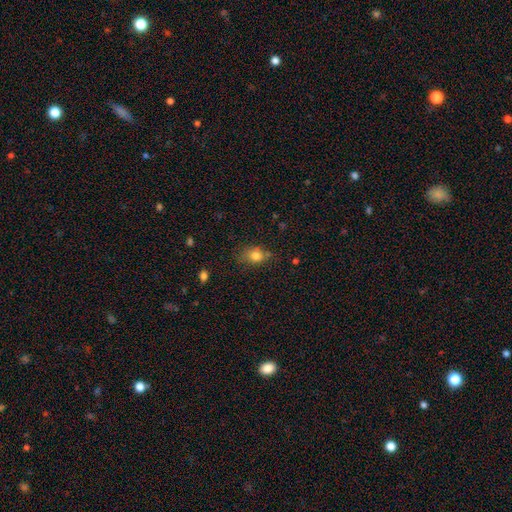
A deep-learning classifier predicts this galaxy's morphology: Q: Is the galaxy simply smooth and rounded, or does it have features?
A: smooth — 80%.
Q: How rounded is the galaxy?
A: in between — 51%.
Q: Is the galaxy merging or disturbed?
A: none — 63%.